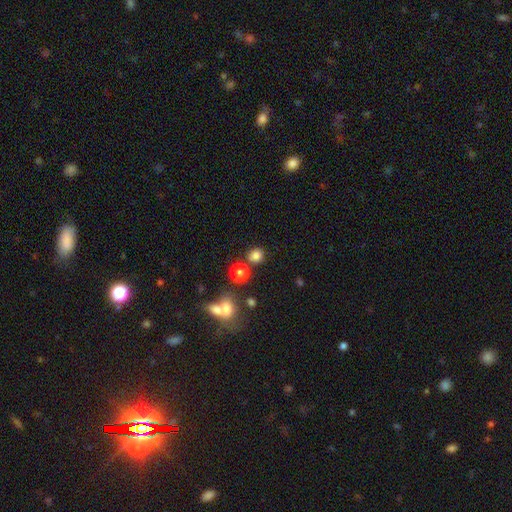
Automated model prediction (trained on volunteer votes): smooth-or-featured: smooth: 79% | star or artifact: 15% | featured or disk: 6%
  how-rounded: round: 83% | in between: 16% | cigar-shaped: 1%
  merging: none: 76% | merger: 12% | minor disturbance: 9% | major disturbance: 4%